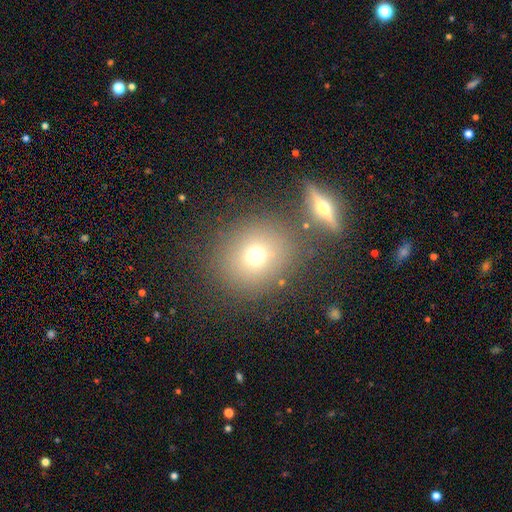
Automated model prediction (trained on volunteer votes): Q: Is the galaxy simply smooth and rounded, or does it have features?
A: smooth — 68%.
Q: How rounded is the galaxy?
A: round — 83%.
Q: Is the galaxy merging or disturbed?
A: none — 74%.